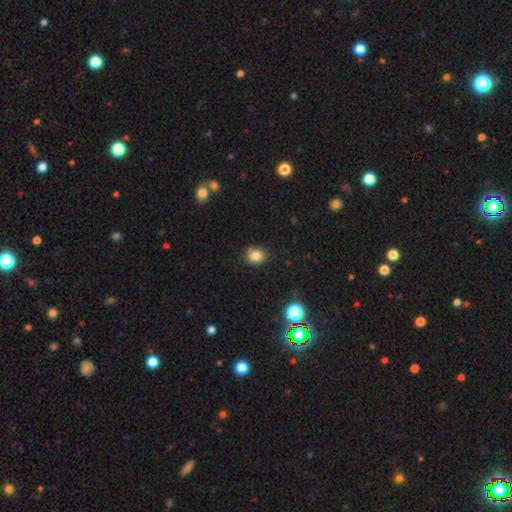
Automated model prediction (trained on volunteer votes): smooth_or_featured: smooth (p=0.82) [alt: star or artifact p=0.12]
how_rounded: round (p=0.65) [alt: in between p=0.34]
merging: none (p=0.82) [alt: minor disturbance p=0.13]